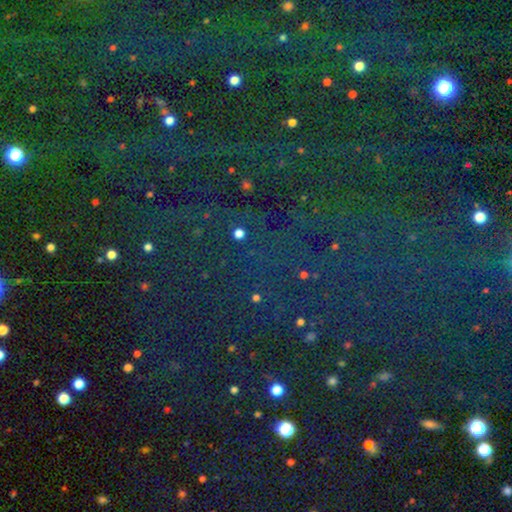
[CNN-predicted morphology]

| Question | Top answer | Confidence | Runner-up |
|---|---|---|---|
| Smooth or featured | star or artifact | 82% | smooth (11%) |